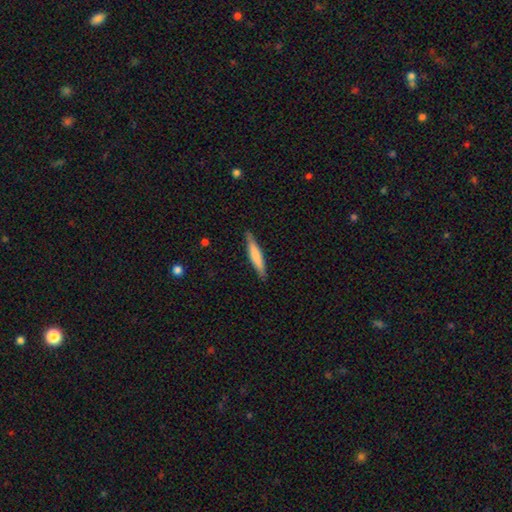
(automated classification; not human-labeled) The model was most divided on "smooth or featured": smooth: 67%, featured or disk: 28%, star or artifact: 5%. More confident: how rounded — cigar-shaped (92%); merging — none (87%).